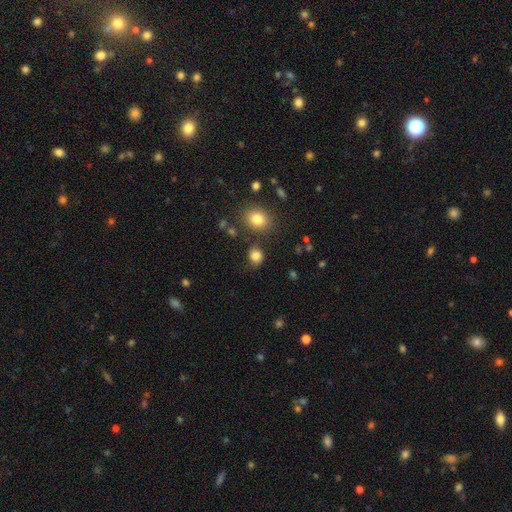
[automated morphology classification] This appears to be a smooth galaxy with no disk features (83%) that is round (76%). Merging: none (76%).